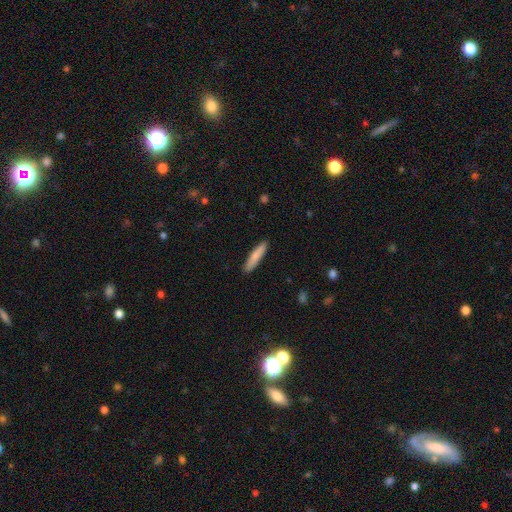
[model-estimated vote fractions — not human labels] smooth-or-featured: smooth: 81% | featured or disk: 14% | star or artifact: 5%
  how-rounded: cigar-shaped: 88% | in between: 11% | round: 1%
  merging: none: 90% | minor disturbance: 8% | major disturbance: 1% | merger: 1%